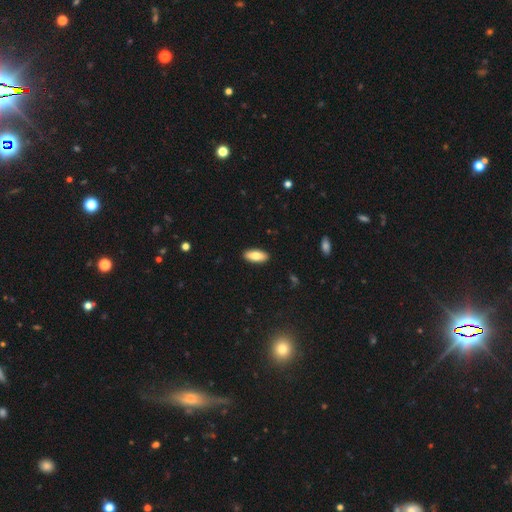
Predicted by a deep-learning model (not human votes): Smooth or featured? smooth (80%)
How rounded? in between (82%)
Merging? none (90%)